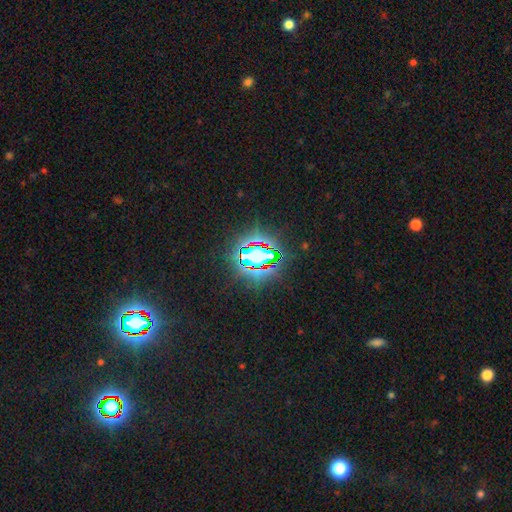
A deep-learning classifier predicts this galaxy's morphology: Smooth or featured? Predicted: star or artifact (p=0.75).